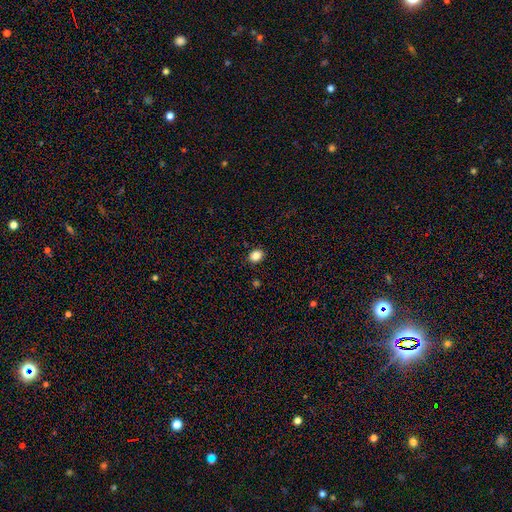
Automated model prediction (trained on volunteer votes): Overall: smooth (86%). How rounded: in between (54%; round 45%). Merging: none (90%).